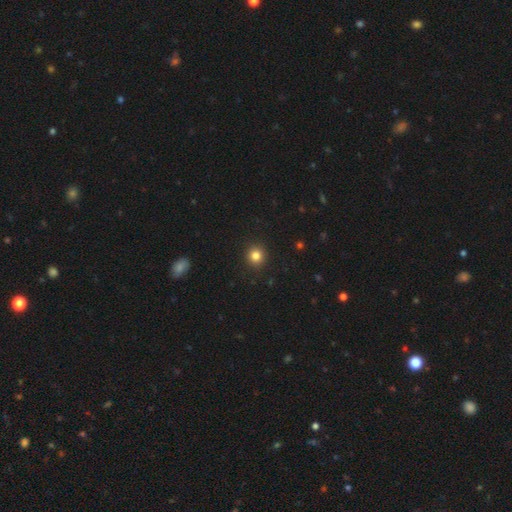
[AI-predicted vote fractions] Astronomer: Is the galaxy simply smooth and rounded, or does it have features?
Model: smooth — 83%.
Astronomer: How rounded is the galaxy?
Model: round — 91%.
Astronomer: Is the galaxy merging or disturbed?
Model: none — 92%.